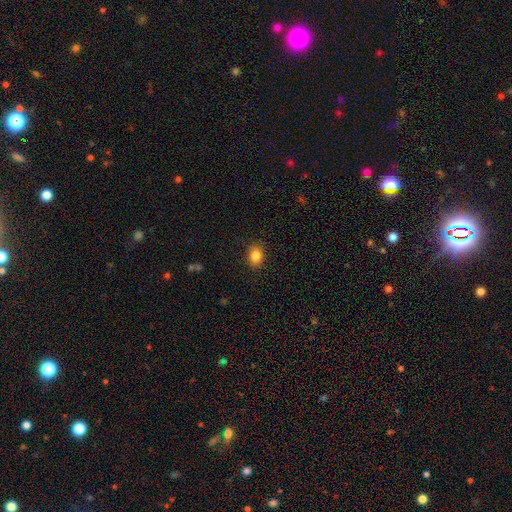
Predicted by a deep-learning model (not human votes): This appears to be a smooth galaxy with no disk features (85%) that is in between round and cigar-shaped (68%). Merging: none (82%).